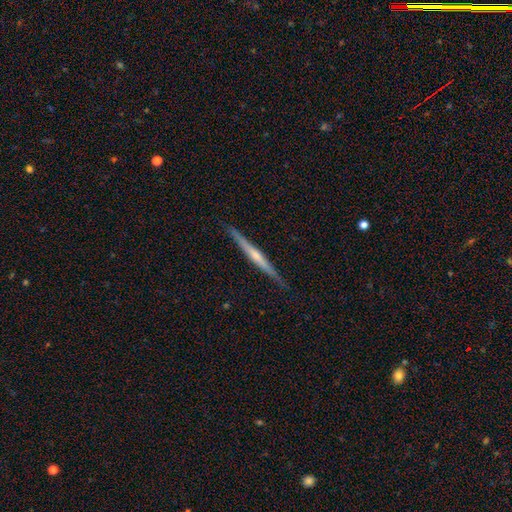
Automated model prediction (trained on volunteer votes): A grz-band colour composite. It shows a featured or disk galaxy (68%) viewed edge-on (98%) with a rounded central bulge (49%). Merging: none (90%).